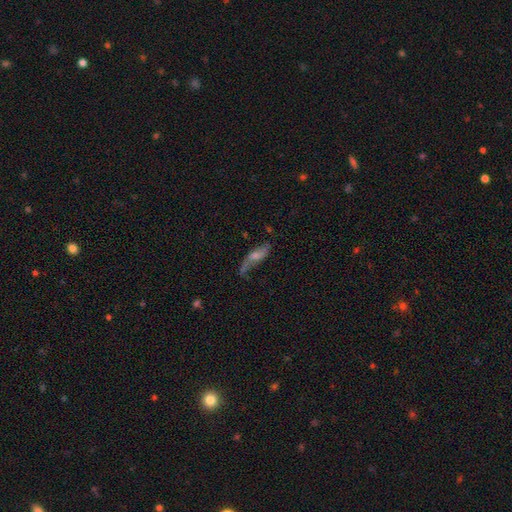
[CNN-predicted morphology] Overall: featured or disk (66%). Edge-on disk: no (72%). Merging: none (59%; minor disturbance 24%).